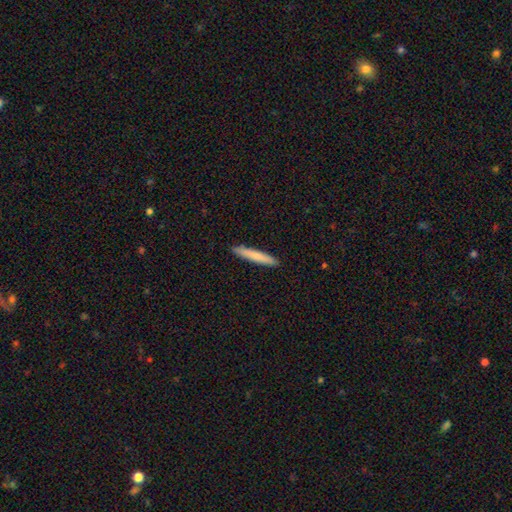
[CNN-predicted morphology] This appears to be a smooth galaxy with no disk features (78%) that is cigar-shaped (95%). Merging: none (92%).